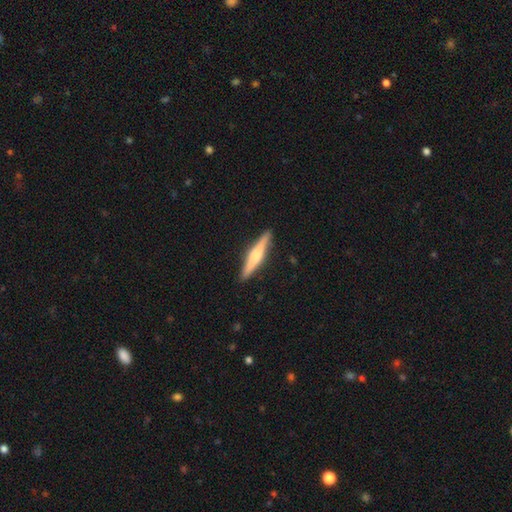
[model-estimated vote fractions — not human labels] Morphology: type=featured or disk (54%); edge-on=yes (97%); edge-on bulge=rounded (72%); merging=none (90%).